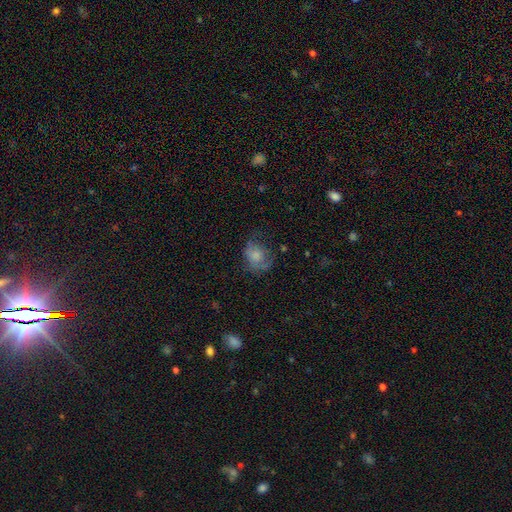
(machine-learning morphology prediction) Smooth or featured: smooth — 64% (featured or disk — 26%)
How rounded: round — 58% (in between — 41%)
Merging: none — 42% (minor disturbance — 29%)